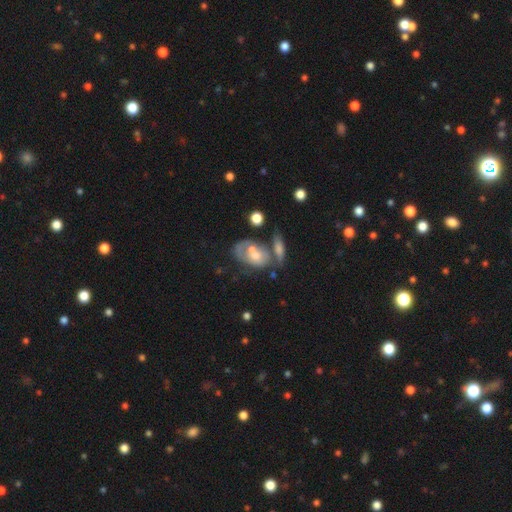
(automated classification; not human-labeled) This is possibly a featured or disk galaxy (50%). Merging: marginally merger (36%).